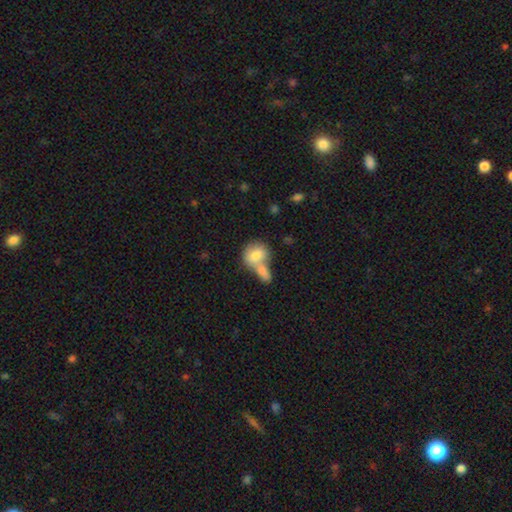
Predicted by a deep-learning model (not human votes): Smooth or featured?
  - smooth: 77% *
  - featured or disk: 16%
  - star or artifact: 7%
How rounded?
  - round: 52% *
  - in between: 45%
  - cigar-shaped: 3%
Merging?
  - merger: 59% *
  - none: 28%
  - minor disturbance: 8%
  - major disturbance: 4%